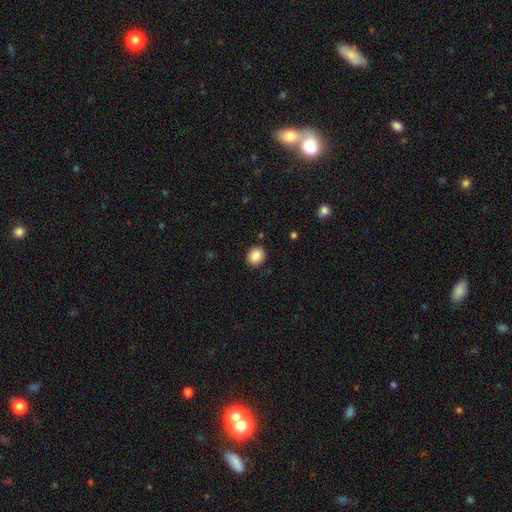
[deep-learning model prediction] Smooth or featured? Predicted: smooth (p=0.87). How rounded? Predicted: round (p=0.72). Merging? Predicted: none (p=0.89).